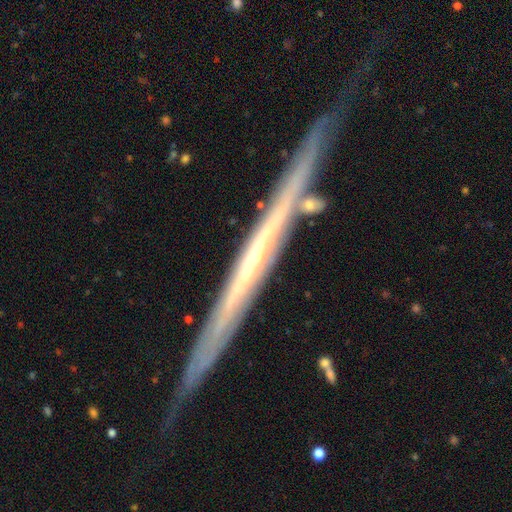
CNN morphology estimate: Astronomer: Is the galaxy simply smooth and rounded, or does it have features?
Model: featured or disk — 82%.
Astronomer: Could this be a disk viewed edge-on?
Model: yes — 95%.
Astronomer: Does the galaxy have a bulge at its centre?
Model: none — 69%.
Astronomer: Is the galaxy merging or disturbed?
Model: none — 79%.